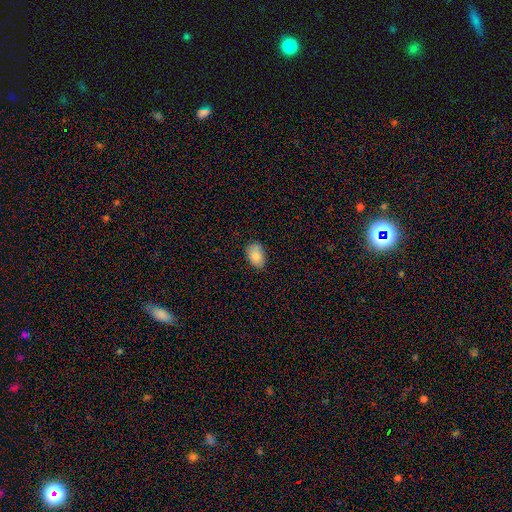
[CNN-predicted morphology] Smooth or featured? Predicted: smooth (p=0.86). How rounded? Predicted: in between (p=0.89). Merging? Predicted: none (p=0.78).